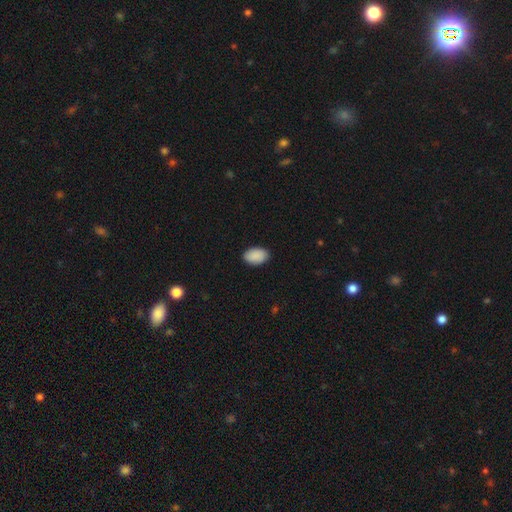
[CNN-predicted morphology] Overall: smooth (91%). How rounded: in between (92%). Merging: none (87%).